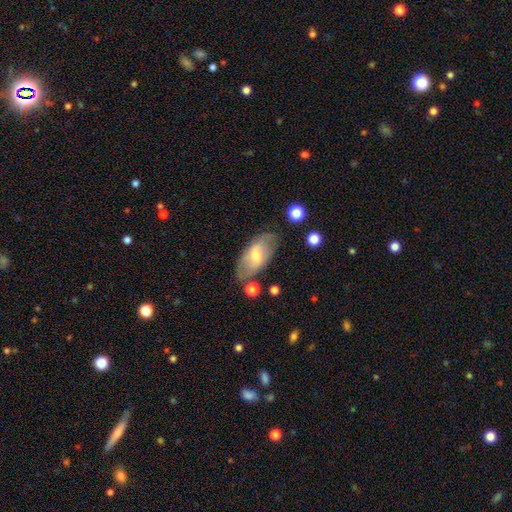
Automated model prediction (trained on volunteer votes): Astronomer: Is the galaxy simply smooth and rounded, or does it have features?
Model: smooth — 57% (runner-up: featured or disk, 36%).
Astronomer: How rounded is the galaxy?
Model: in between — 91%.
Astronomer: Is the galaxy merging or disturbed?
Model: none — 70%.